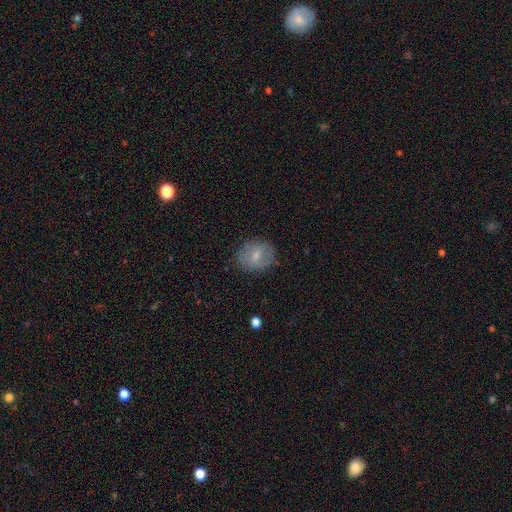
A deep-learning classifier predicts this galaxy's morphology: Q: Smooth or featured?
A: smooth (60%); runner-up: featured or disk (33%)
Q: How rounded?
A: round (59%); runner-up: in between (40%)
Q: Merging?
A: none (82%); runner-up: minor disturbance (13%)